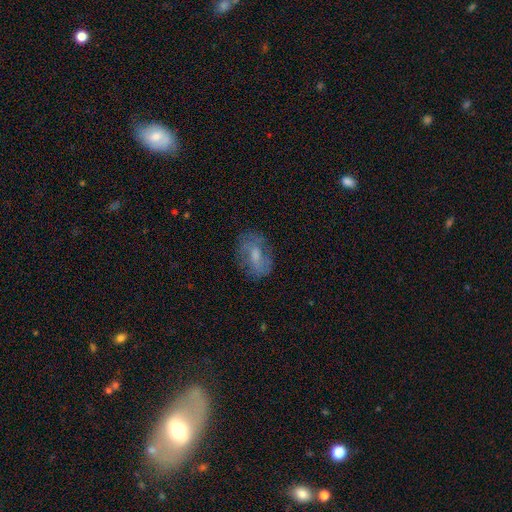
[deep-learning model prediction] Smooth or featured: smooth — 50% (featured or disk — 41%)
Merging: none — 68% (minor disturbance — 20%)